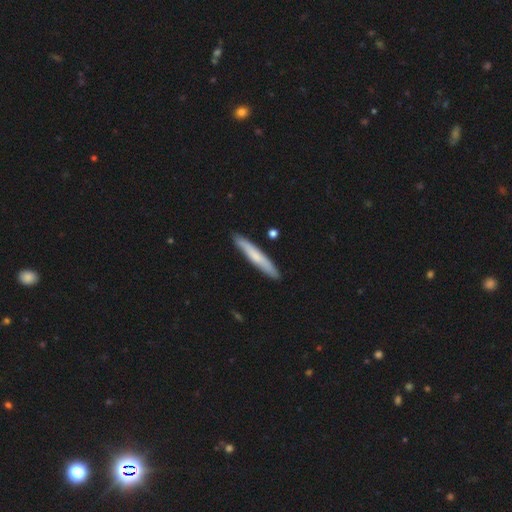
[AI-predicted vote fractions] The model was most divided on "smooth or featured": smooth: 64%, featured or disk: 31%, star or artifact: 5%. More confident: how rounded — cigar-shaped (95%); merging — none (89%).